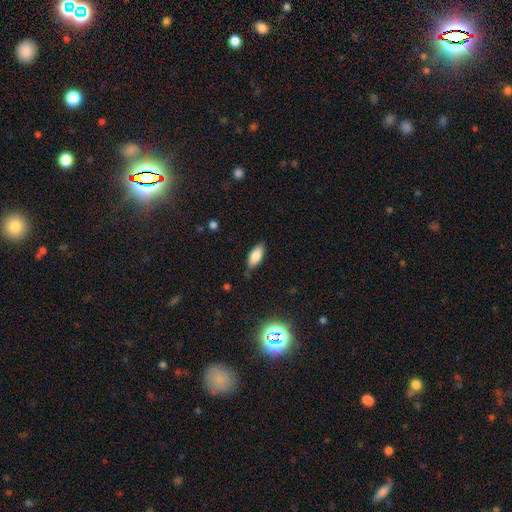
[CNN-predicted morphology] smooth 80%, featured or disk 12%, star or artifact 8%. Down the decision tree: how rounded — in between (83%); merging — none (79%).